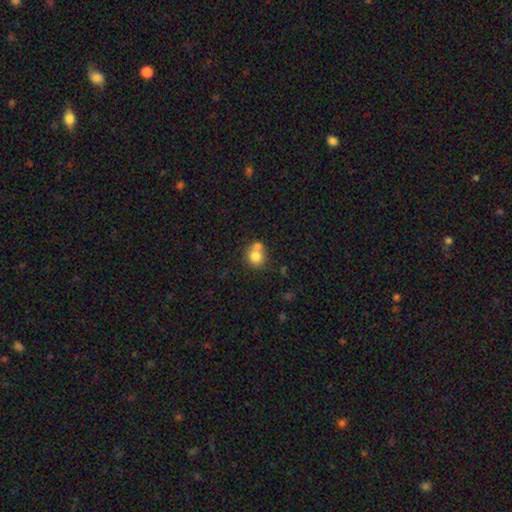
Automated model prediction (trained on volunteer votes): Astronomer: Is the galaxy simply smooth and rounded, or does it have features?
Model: smooth — 77%.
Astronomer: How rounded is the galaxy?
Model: round — 81%.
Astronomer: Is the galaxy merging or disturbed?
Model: none — 45% (runner-up: merger, 43%).